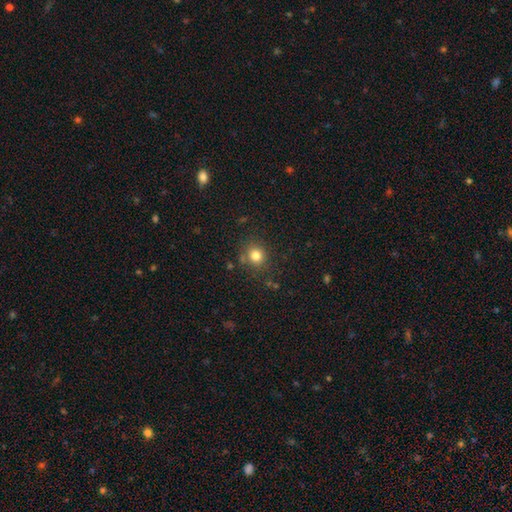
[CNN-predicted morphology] A smooth galaxy with no disk features (80%) that is round (87%).

Vote fractions:
- Smooth or featured? smooth: 80% / star or artifact: 14% / featured or disk: 6%
- How rounded? round: 87% / in between: 12% / cigar-shaped: 1%
- Merging? none: 82% / minor disturbance: 10% / merger: 4% / major disturbance: 4%